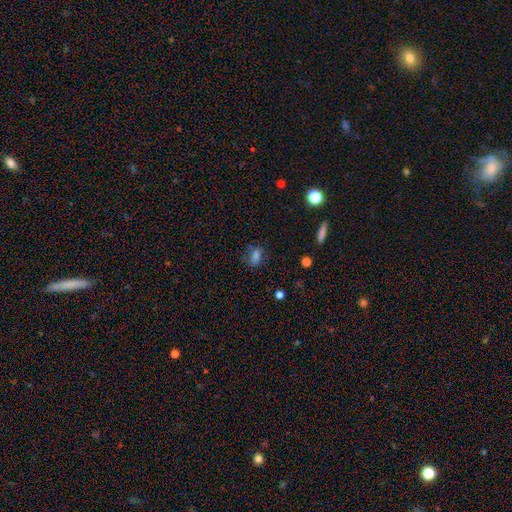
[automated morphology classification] A smooth galaxy with no disk features (73%) that is in between round and cigar-shaped (75%). Merging: none (65%).